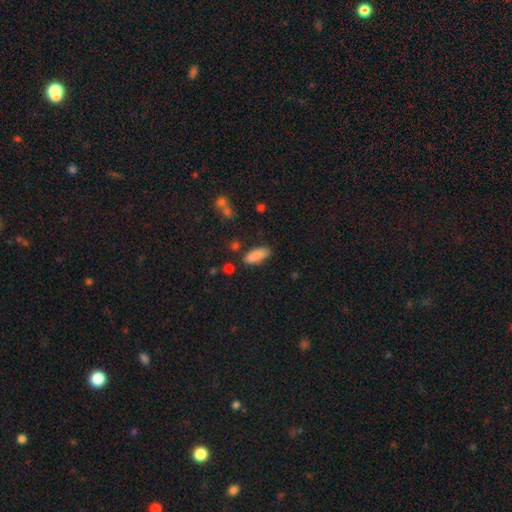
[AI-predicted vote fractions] This is clearly a smooth galaxy (87%). How rounded: likely in between (71%). Merging: likely none (76%).